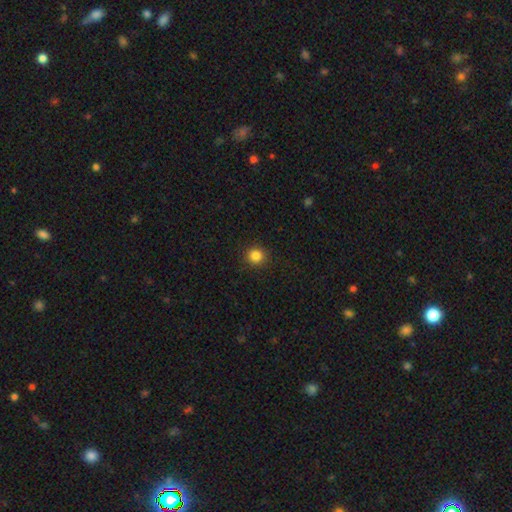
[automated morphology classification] smooth 84%, star or artifact 12%, featured or disk 4%. Down the decision tree: how rounded — round (91%); merging — none (91%).